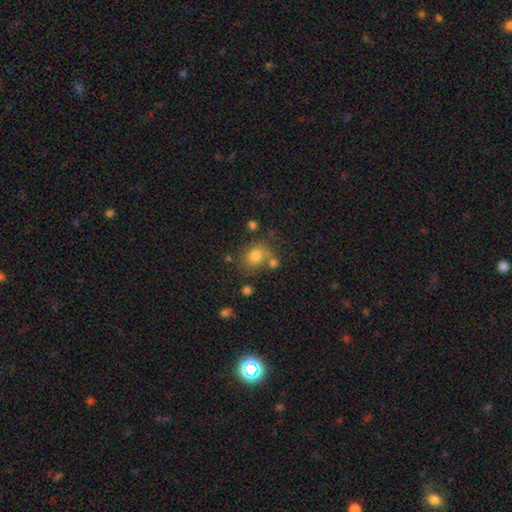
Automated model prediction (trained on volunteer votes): smooth 76%, star or artifact 13%, featured or disk 10%. Down the decision tree: how rounded — round (56%); merging — none (65%).